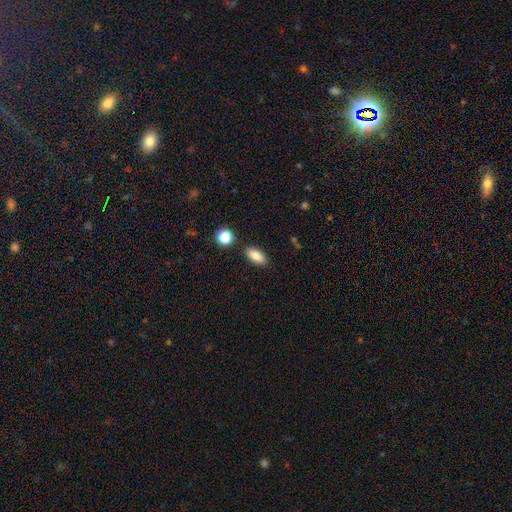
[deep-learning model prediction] smooth 85%, star or artifact 8%, featured or disk 7%. Down the decision tree: how rounded — in between (85%); merging — none (87%).